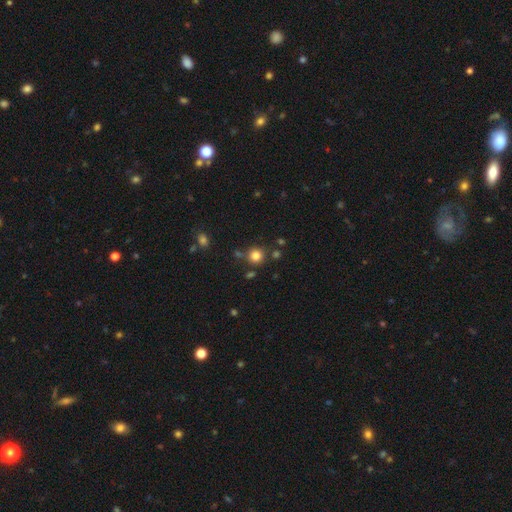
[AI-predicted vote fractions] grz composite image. It shows a smooth galaxy with no disk features (81%) that is round (92%). Merging: none (80%).